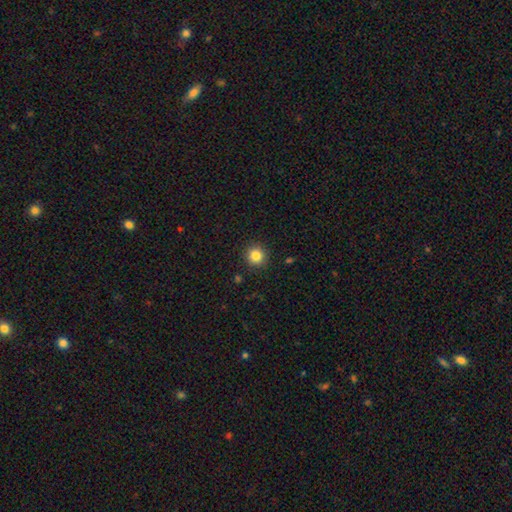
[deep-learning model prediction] Q: Smooth or featured?
A: smooth (85%); runner-up: star or artifact (11%)
Q: How rounded?
A: round (94%); runner-up: in between (5%)
Q: Merging?
A: none (91%); runner-up: minor disturbance (6%)